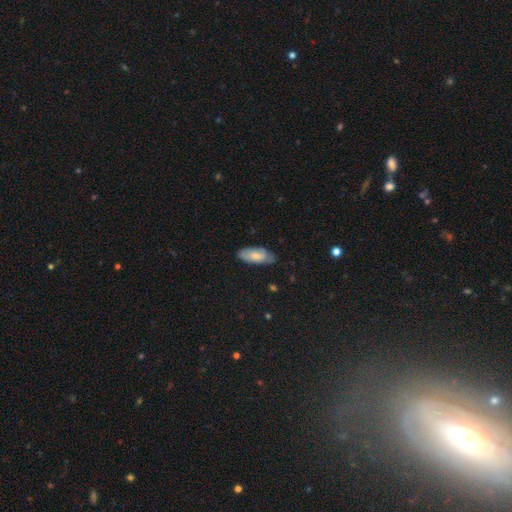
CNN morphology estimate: smooth-or-featured: smooth: 71% | featured or disk: 23% | star or artifact: 6%
  how-rounded: in between: 86% | cigar-shaped: 12% | round: 2%
  merging: none: 76% | minor disturbance: 20% | major disturbance: 3% | merger: 1%